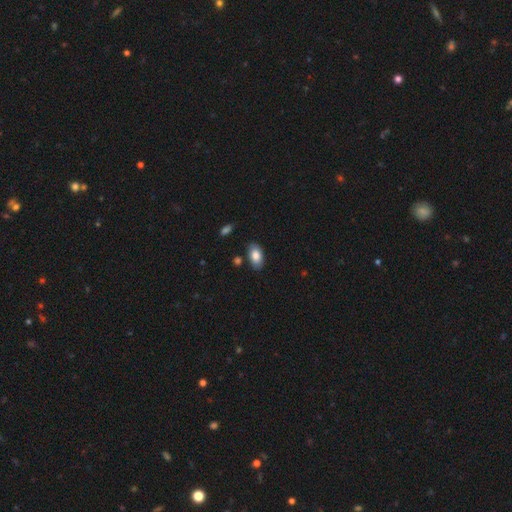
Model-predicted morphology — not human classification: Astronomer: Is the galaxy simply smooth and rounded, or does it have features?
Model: smooth — 84%.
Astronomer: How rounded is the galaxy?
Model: in between — 94%.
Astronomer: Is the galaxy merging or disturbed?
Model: none — 84%.